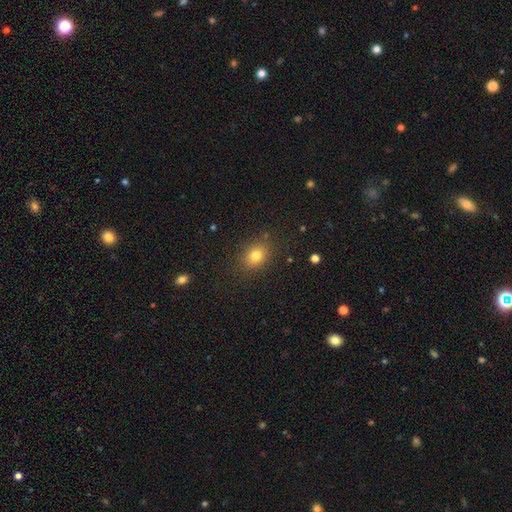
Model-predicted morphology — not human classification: This appears to be a smooth galaxy with no disk features (79%) that is in between round and cigar-shaped (54%). Merging: none (84%).